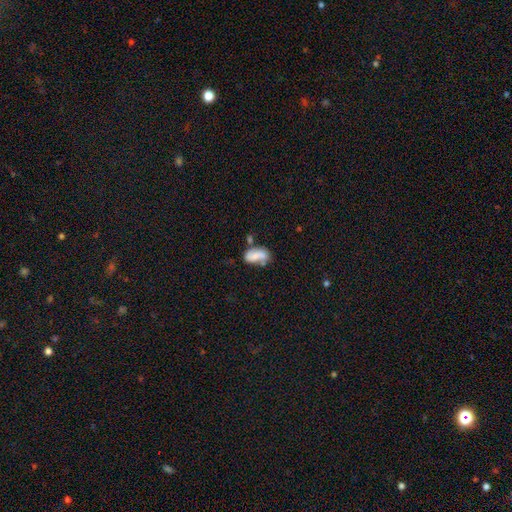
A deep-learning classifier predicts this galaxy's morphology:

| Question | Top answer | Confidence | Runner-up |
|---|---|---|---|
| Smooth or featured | smooth | 56% | featured or disk (35%) |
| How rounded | in between | 90% | round (7%) |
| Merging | none | 38% | merger (26%) |